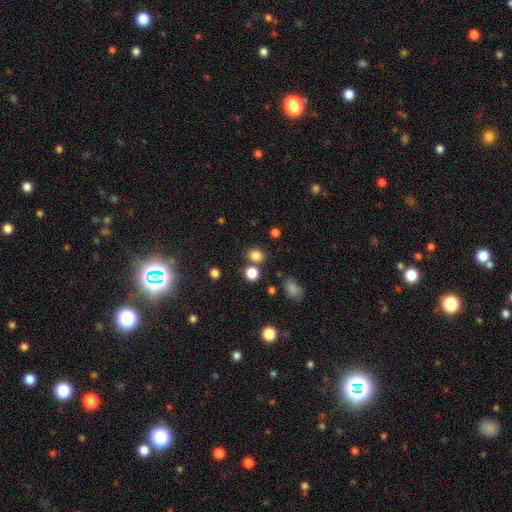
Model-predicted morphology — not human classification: smooth_or_featured: smooth (p=0.81) [alt: star or artifact p=0.14]
how_rounded: in between (p=0.52) [alt: round p=0.47]
merging: none (p=0.71) [alt: merger p=0.15]